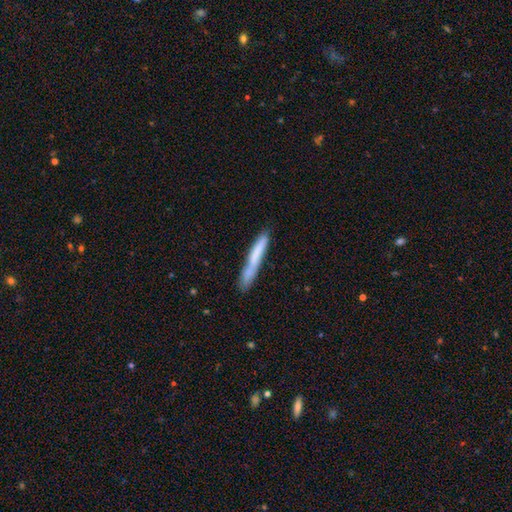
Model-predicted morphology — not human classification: Q: Smooth or featured?
A: smooth (68%); runner-up: featured or disk (25%)
Q: How rounded?
A: cigar-shaped (96%); runner-up: in between (3%)
Q: Merging?
A: none (75%); runner-up: minor disturbance (17%)